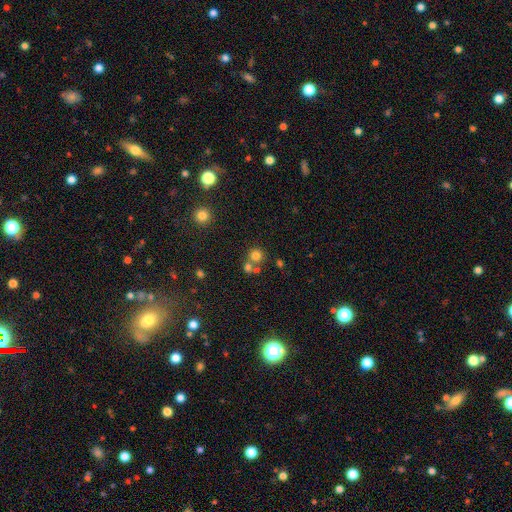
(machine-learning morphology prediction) A smooth galaxy with no disk features (75%) that is round (90%). Merging: none (58%).